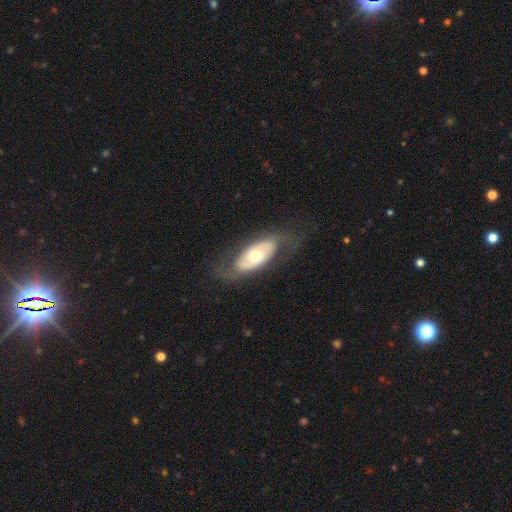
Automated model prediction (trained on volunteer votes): featured or disk 59%, smooth 36%, star or artifact 5%. Down the decision tree: edge-on disk — no (85%); bar — no (80%); spiral arms — no (56%); bulge size — moderate (70%); merging — none (71%).